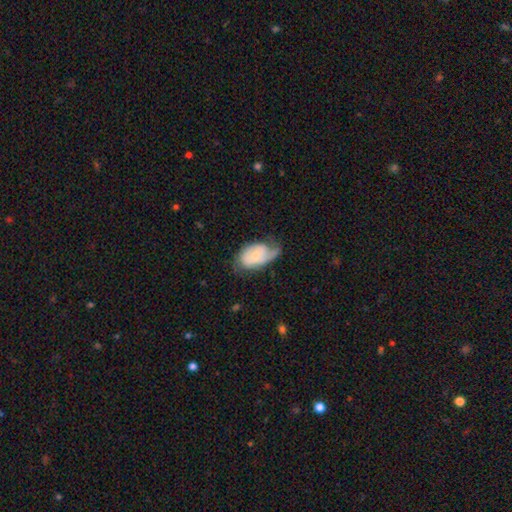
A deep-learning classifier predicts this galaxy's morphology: Smooth or featured? featured or disk (56%)
Edge-on disk? no (95%)
Bar? no (68%)
Spiral arms? yes (81%)
Bulge size? small (58%)
Merging? none (39%)